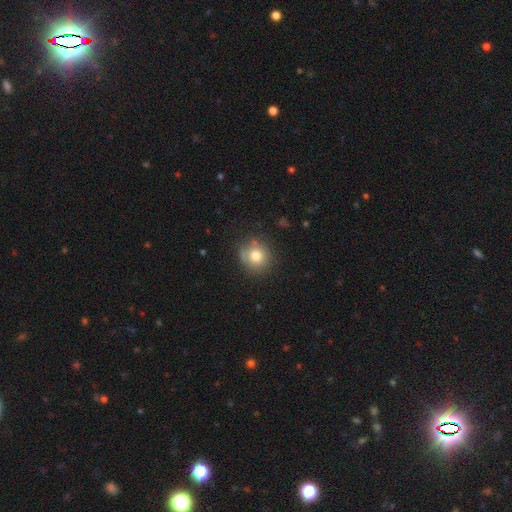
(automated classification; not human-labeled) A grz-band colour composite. It shows a smooth galaxy with no disk features (76%) that is round (88%). Merging: none (74%).